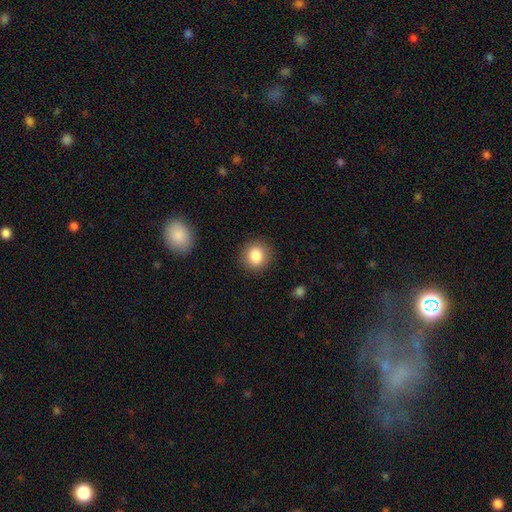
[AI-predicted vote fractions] smooth-or-featured: smooth: 84% | star or artifact: 9% | featured or disk: 6%
  how-rounded: round: 86% | in between: 13% | cigar-shaped: 1%
  merging: none: 89% | minor disturbance: 7% | major disturbance: 2% | merger: 1%